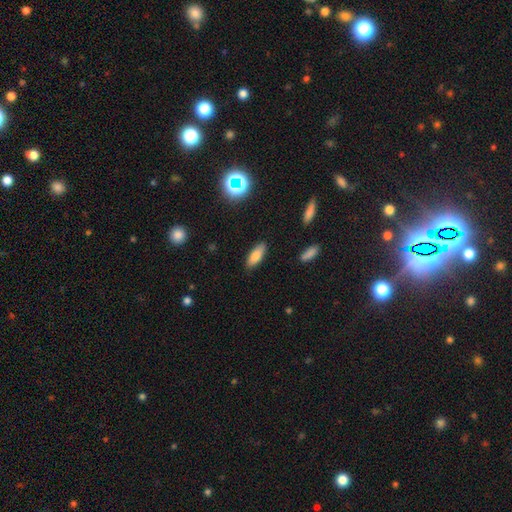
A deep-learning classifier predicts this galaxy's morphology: Smooth or featured? Predicted: smooth (p=0.81). How rounded? Predicted: in between (p=0.75). Merging? Predicted: none (p=0.87).